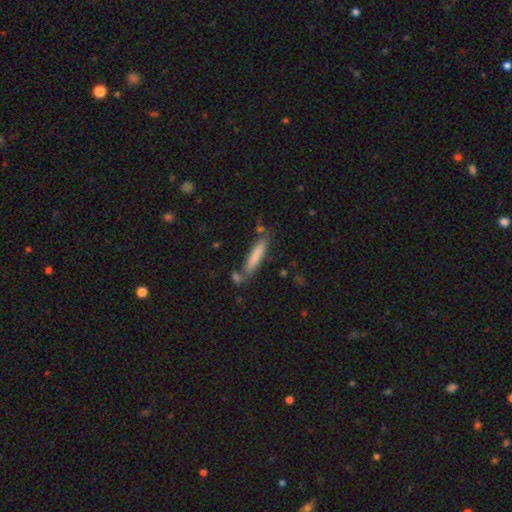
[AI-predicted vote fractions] smooth 76%, featured or disk 18%, star or artifact 6%. Down the decision tree: how rounded — cigar-shaped (89%); merging — none (71%).